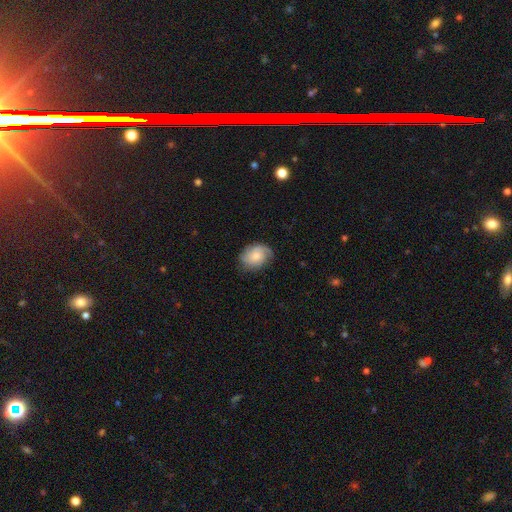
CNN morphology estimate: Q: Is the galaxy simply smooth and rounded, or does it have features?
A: smooth — 54%.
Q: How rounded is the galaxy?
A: in between — 64%.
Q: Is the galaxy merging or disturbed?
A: none — 72%.